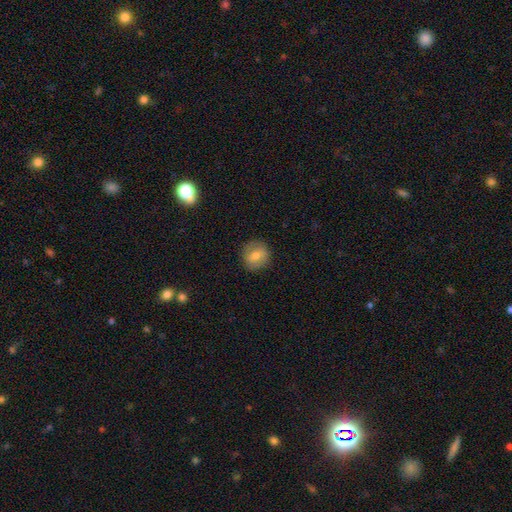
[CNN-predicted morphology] The model was most divided on "smooth or featured": smooth: 63%, featured or disk: 27%, star or artifact: 10%. More confident: merging — none (86%); how rounded — round (82%).